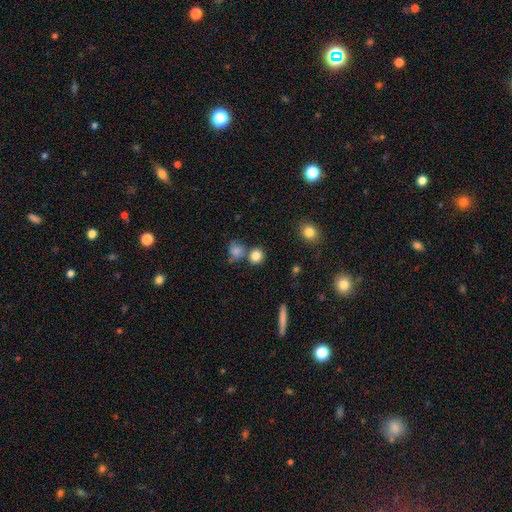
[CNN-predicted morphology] Overall: smooth (83%). How rounded: round (89%). Merging: none (66%).